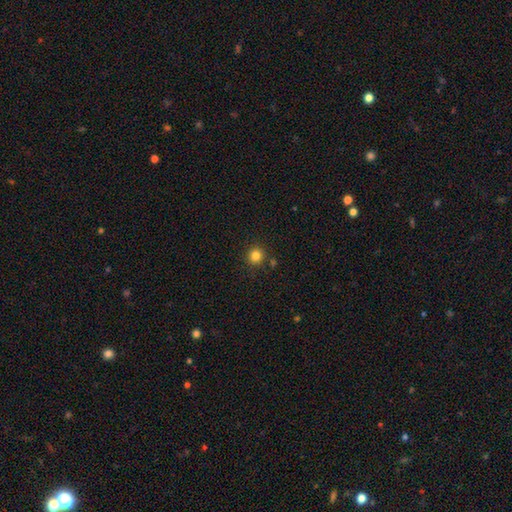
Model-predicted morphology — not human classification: This appears to be a smooth galaxy with no disk features (83%) that is round (94%). Merging: none (88%).